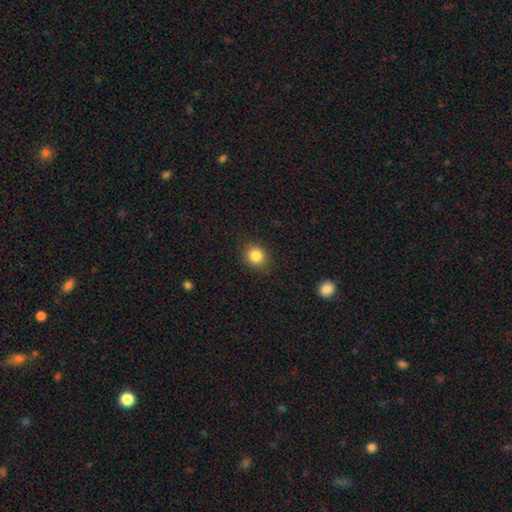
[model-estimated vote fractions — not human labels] Smooth or featured?
  - smooth: 84% *
  - star or artifact: 10%
  - featured or disk: 6%
How rounded?
  - round: 73% *
  - in between: 26%
  - cigar-shaped: 1%
Merging?
  - none: 87% *
  - minor disturbance: 9%
  - major disturbance: 3%
  - merger: 1%